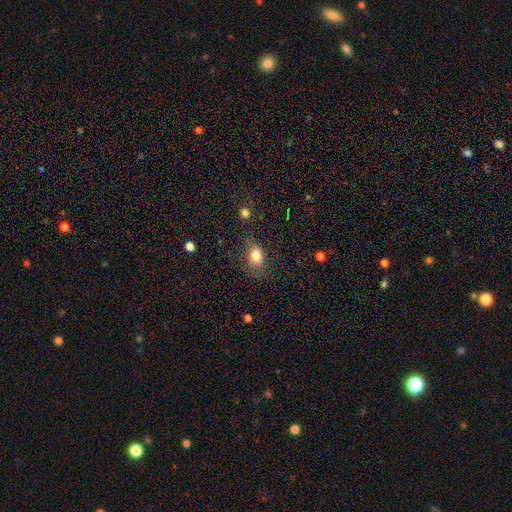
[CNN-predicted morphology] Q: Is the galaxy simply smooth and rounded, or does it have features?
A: smooth — 81%.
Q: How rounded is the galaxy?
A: in between — 73%.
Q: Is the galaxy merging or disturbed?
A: none — 69%.